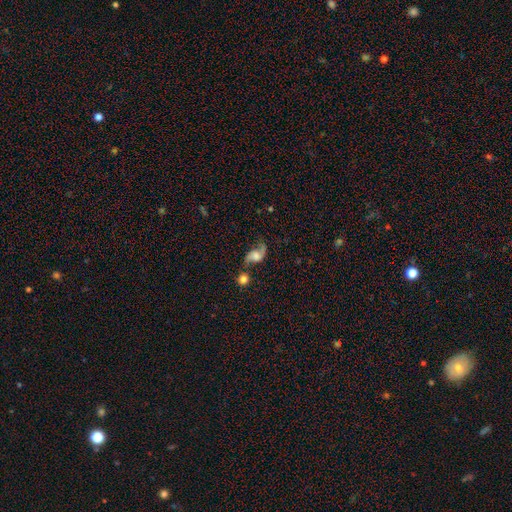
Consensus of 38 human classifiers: Q: Smooth or featured?
A: featured or disk (71%); runner-up: smooth (24%)
Q: Edge-on disk?
A: no (93%); runner-up: yes (7%)
Q: Bar?
A: no (60%); runner-up: weak (36%)
Q: Spiral arms?
A: yes (88%); runner-up: no (12%)
Q: Spiral winding?
A: loose (100%)
Q: Spiral arm count?
A: 2 (100%)
Q: Bulge size?
A: moderate (36%); runner-up: small (32%)
Q: Merging?
A: none (44%); runner-up: minor disturbance (25%)